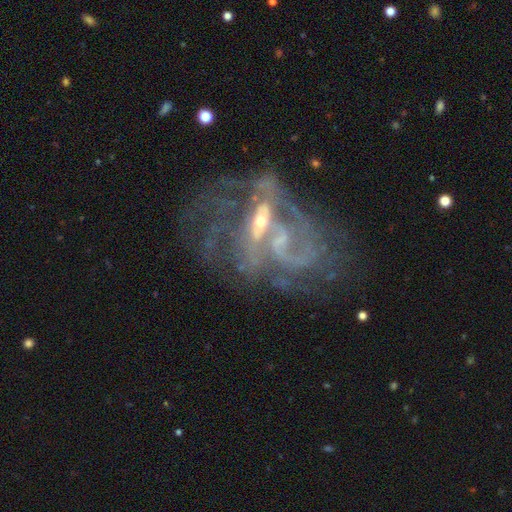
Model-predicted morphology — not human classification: Smooth or featured?
  - featured or disk: 82% *
  - star or artifact: 11%
  - smooth: 7%
Edge-on disk?
  - no: 97% *
  - yes: 3%
Bar?
  - weak: 41% *
  - no: 40%
  - strong: 19%
Spiral arms?
  - yes: 78% *
  - no: 22%
Spiral winding?
  - medium: 42% *
  - loose: 31%
  - tight: 27%
Spiral arm count?
  - can't tell: 37% *
  - 2: 29%
  - 3: 14%
  - 1: 7%
  - 4: 7%
  - more than 4: 6%
Bulge size?
  - small: 60% *
  - moderate: 23%
  - none: 14%
  - large: 2%
  - dominant: 1%
Merging?
  - merger: 39% *
  - major disturbance: 25%
  - none: 25%
  - minor disturbance: 11%